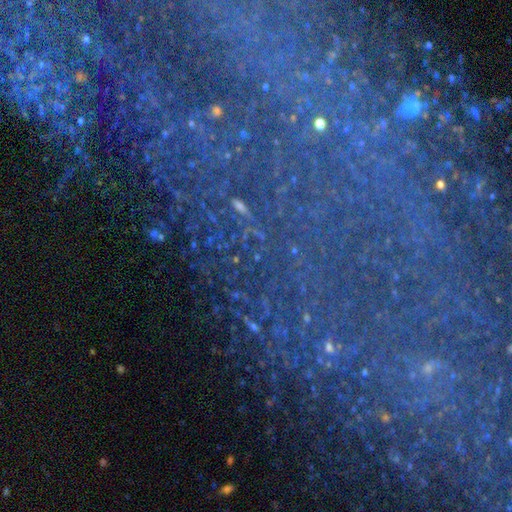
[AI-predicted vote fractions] This appears to be a star or artifact, not a galaxy (78%).